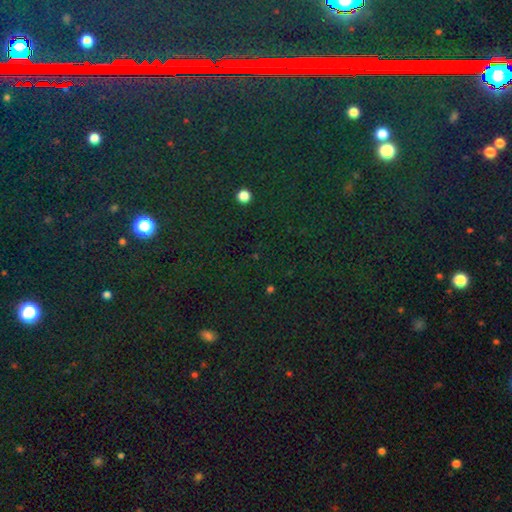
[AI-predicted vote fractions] A star or artifact, not a galaxy (84%).